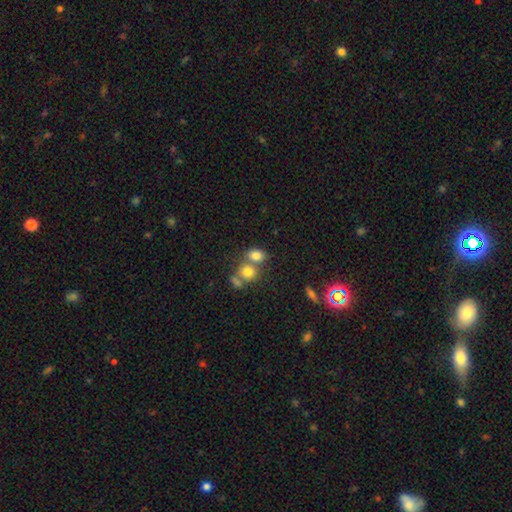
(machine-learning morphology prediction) This is likely a smooth galaxy (77%). How rounded: possibly in between (55%). Merging: marginally none (43%, tied with merger).